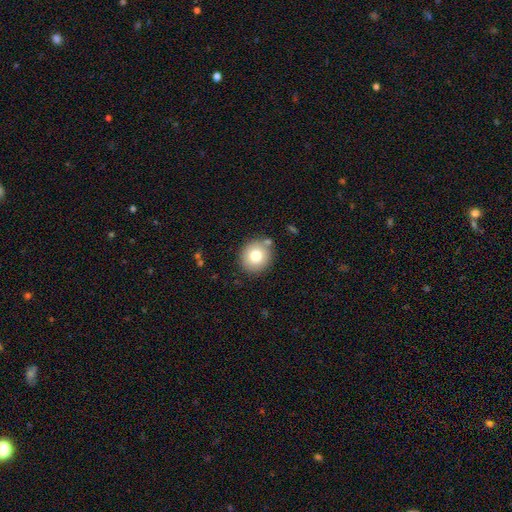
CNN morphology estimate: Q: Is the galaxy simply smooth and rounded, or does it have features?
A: smooth — 76%.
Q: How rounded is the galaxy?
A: round — 86%.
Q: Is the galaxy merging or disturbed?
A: none — 81%.